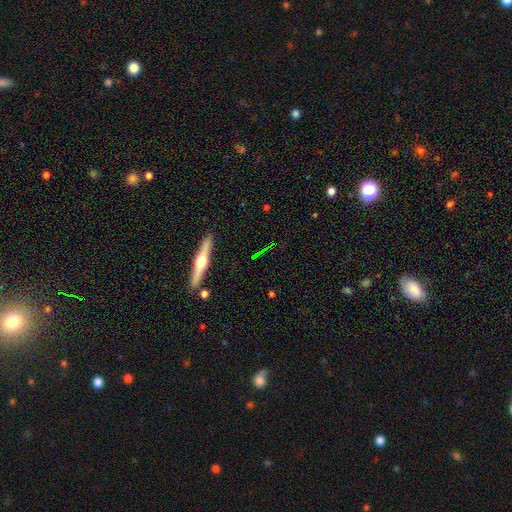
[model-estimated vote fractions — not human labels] Smooth or featured?
  - featured or disk: 54% *
  - smooth: 25%
  - star or artifact: 21%
Edge-on disk?
  - yes: 92% *
  - no: 8%
Merging?
  - none: 88% *
  - minor disturbance: 7%
  - merger: 3%
  - major disturbance: 2%